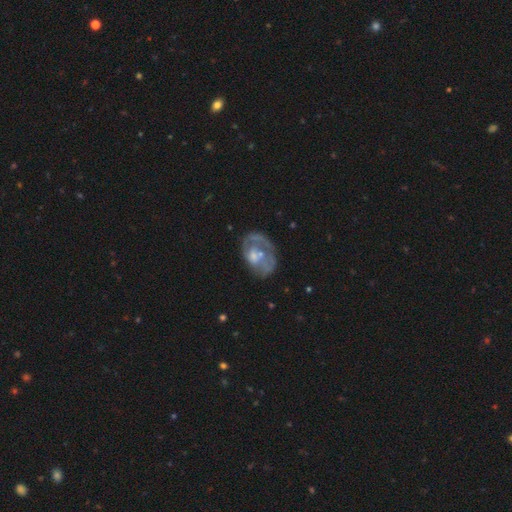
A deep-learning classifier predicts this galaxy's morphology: Q: Smooth or featured?
A: featured or disk (65%); runner-up: smooth (27%)
Q: Edge-on disk?
A: no (97%); runner-up: yes (3%)
Q: Bar?
A: no (80%); runner-up: weak (17%)
Q: Spiral arms?
A: no (56%); runner-up: yes (44%)
Q: Bulge size?
A: moderate (36%); runner-up: small (35%)
Q: Merging?
A: none (38%); runner-up: major disturbance (28%)